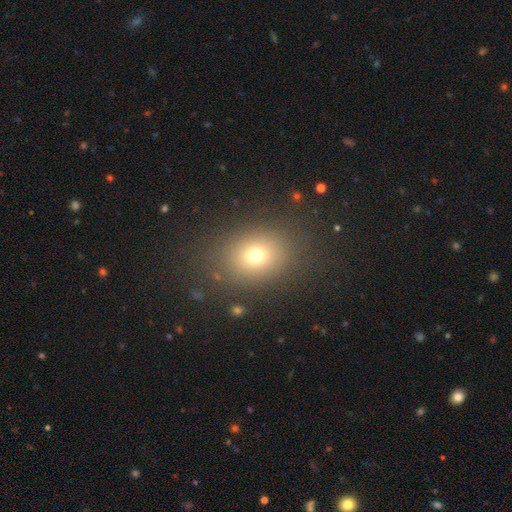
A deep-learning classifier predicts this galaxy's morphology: Smooth or featured? smooth (71%)
How rounded? in between (52%)
Merging? none (83%)